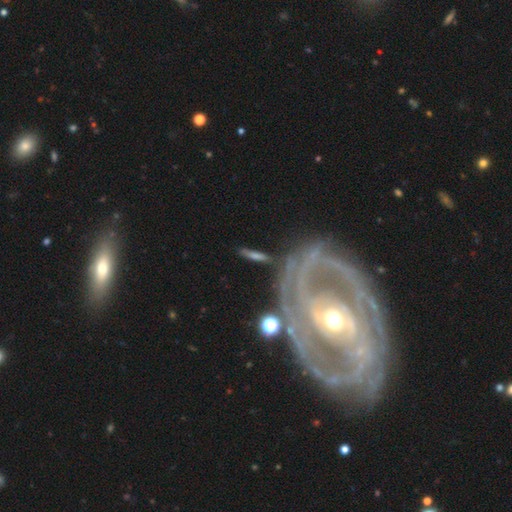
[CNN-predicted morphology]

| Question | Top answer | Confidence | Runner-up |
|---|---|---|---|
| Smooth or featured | featured or disk | 52% | smooth (37%) |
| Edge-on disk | no | 54% | yes (46%) |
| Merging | none | 71% | minor disturbance (15%) |